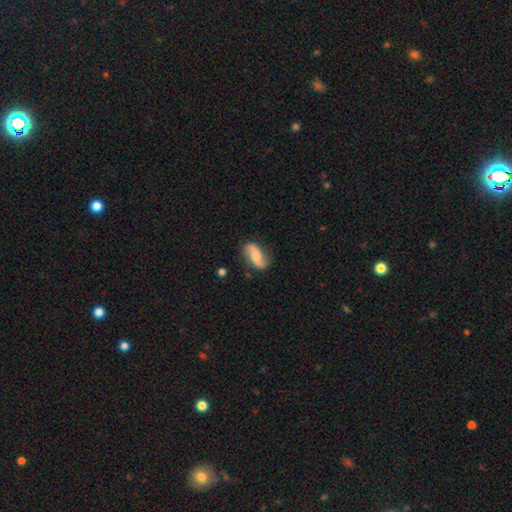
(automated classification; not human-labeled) Overall: featured or disk (73%). Edge-on disk: no (96%). Bar: no (56%; weak 32%). Spiral arms: yes (94%). Spiral arm count: 2 (92%). Spiral winding: loose (68%). Bulge size: moderate (52%; small 37%). Merging: none (79%).